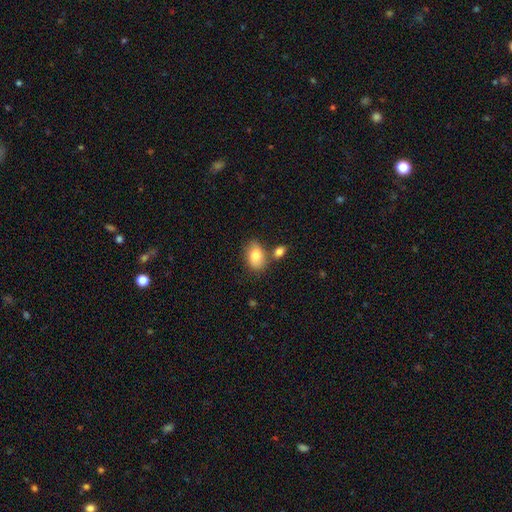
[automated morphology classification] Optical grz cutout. It shows a smooth galaxy with no disk features (78%) that is in between round and cigar-shaped (83%). Merging: none (61%).